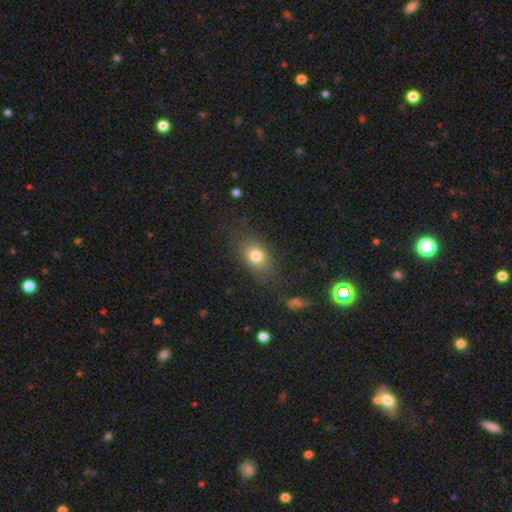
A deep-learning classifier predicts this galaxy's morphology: smooth-or-featured: smooth: 78% | star or artifact: 11% | featured or disk: 11%
  how-rounded: in between: 68% | round: 30% | cigar-shaped: 2%
  merging: none: 77% | minor disturbance: 14% | major disturbance: 7% | merger: 2%